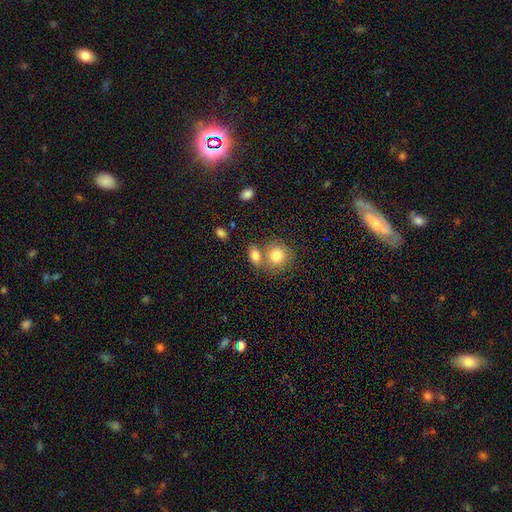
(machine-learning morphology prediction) Overall: smooth (80%). How rounded: in between (64%; round 34%). Merging: none (44%; merger 43%).